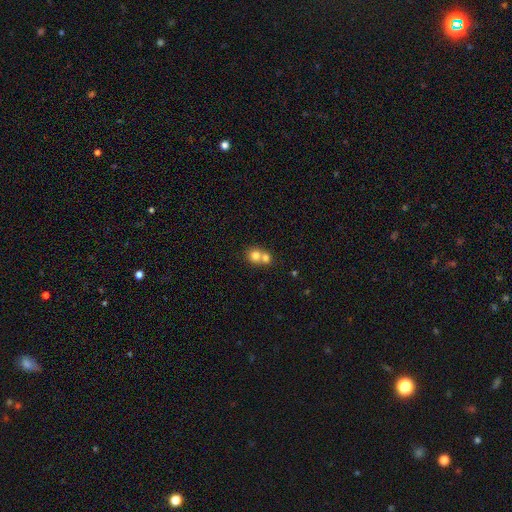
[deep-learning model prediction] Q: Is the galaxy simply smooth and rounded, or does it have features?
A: smooth — 76%.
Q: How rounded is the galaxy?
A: round — 80%.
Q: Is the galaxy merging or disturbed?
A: merger — 61%.